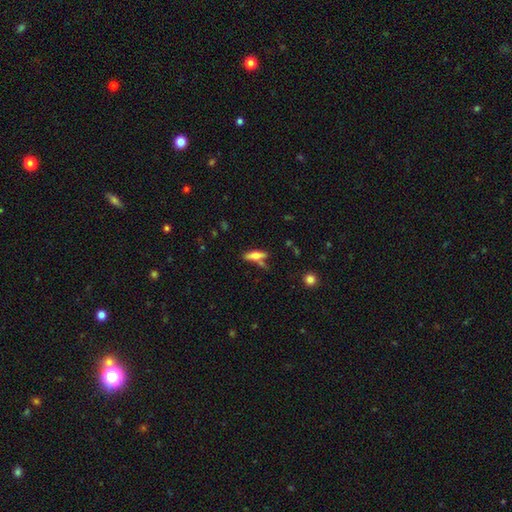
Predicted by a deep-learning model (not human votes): Morphology: type=smooth (56%); roundness=cigar-shaped (61%); merging=none (63%).